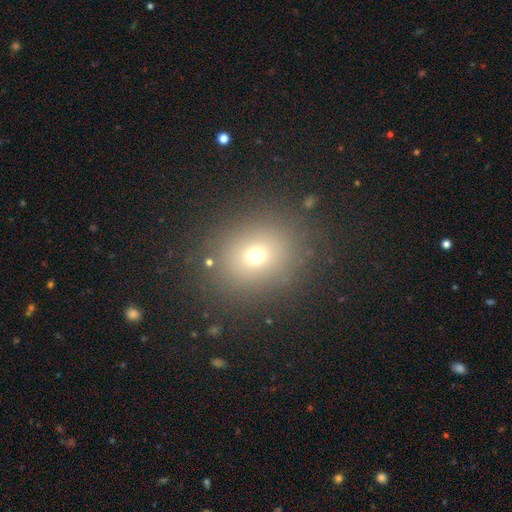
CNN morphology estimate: A smooth galaxy with no disk features (69%) that is round (69%). Merging: none (86%).